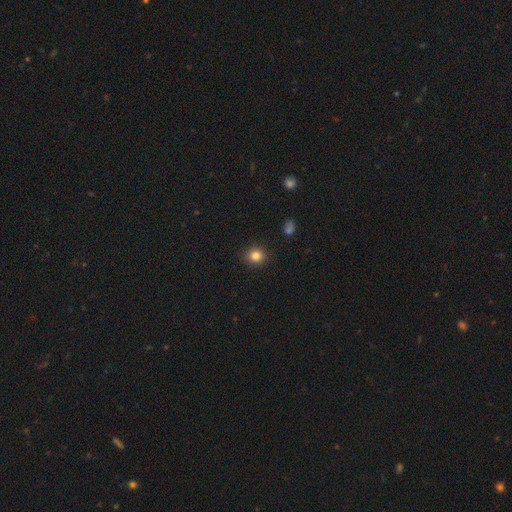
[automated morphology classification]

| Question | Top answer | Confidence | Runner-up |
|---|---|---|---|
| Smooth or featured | smooth | 84% | star or artifact (11%) |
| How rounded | round | 86% | in between (13%) |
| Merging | none | 91% | minor disturbance (6%) |